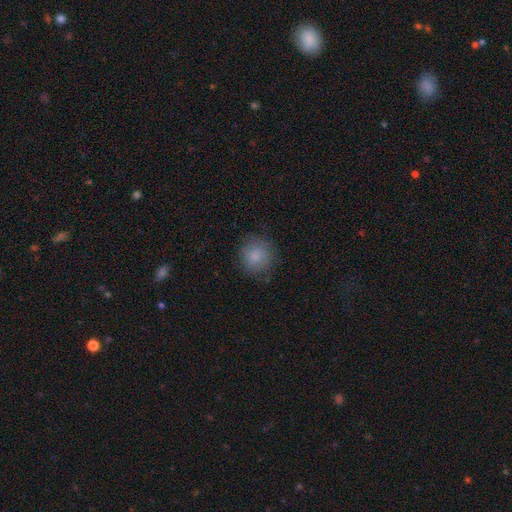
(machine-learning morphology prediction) This appears to be a smooth galaxy with no disk features (85%) that is round (90%). Merging: none (82%).